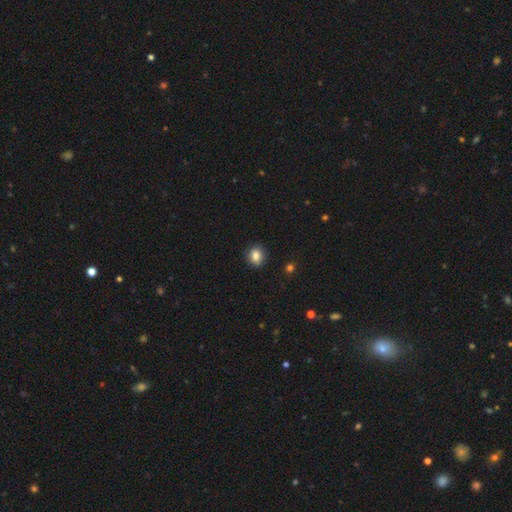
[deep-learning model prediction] Morphology: type=smooth (84%); roundness=round (60%); merging=none (87%).